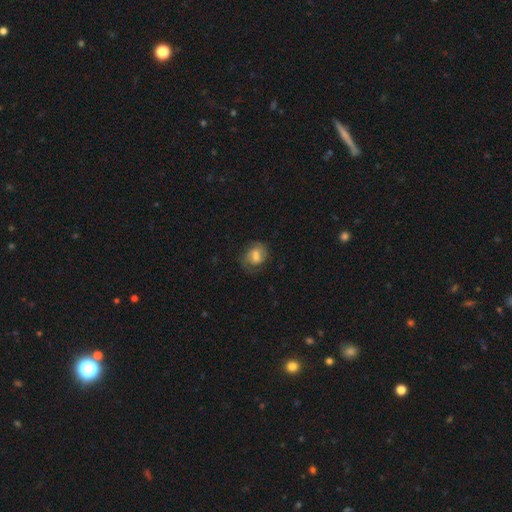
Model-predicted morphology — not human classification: smooth 56%, featured or disk 35%, star or artifact 9%. Down the decision tree: how rounded — in between (63%); merging — none (54%).